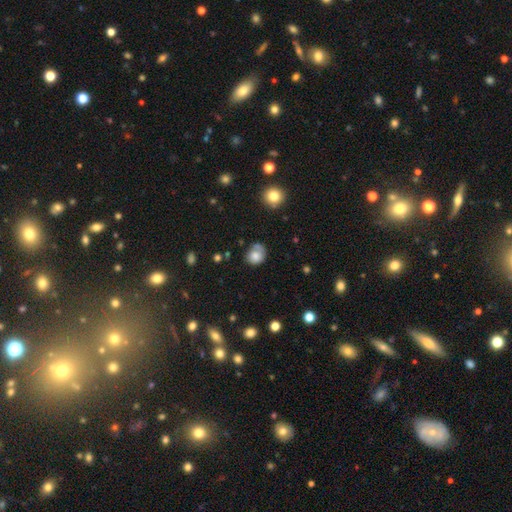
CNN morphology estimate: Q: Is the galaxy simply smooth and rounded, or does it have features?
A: smooth — 73%.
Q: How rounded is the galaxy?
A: round — 70%.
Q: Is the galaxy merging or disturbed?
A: none — 54%.